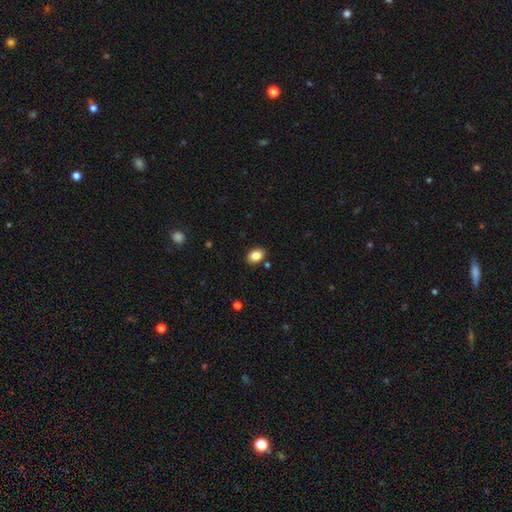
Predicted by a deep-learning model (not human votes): smooth-or-featured: smooth: 84% | star or artifact: 9% | featured or disk: 7%
  how-rounded: in between: 75% | round: 24% | cigar-shaped: 1%
  merging: none: 85% | minor disturbance: 10% | merger: 3% | major disturbance: 2%